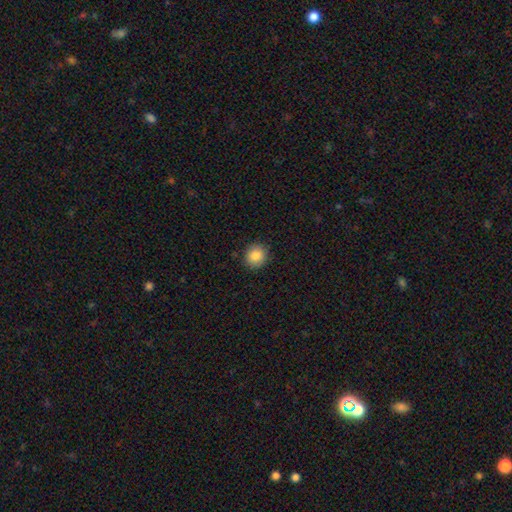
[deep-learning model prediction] Smooth or featured? smooth (86%)
How rounded? round (82%)
Merging? none (90%)